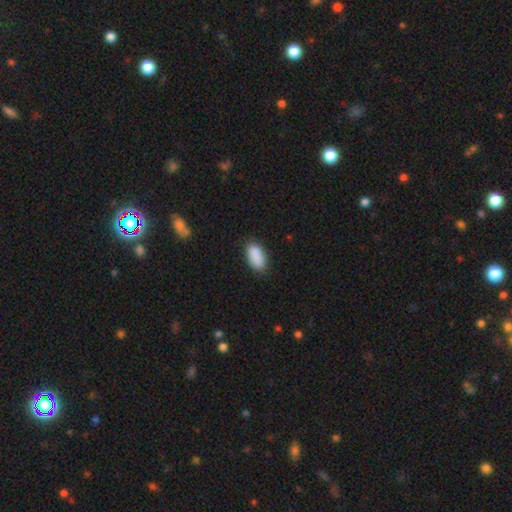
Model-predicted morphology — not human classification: smooth_or_featured: smooth (p=0.90) [alt: star or artifact p=0.07]
how_rounded: in between (p=0.93) [alt: cigar-shaped p=0.04]
merging: none (p=0.84) [alt: minor disturbance p=0.12]